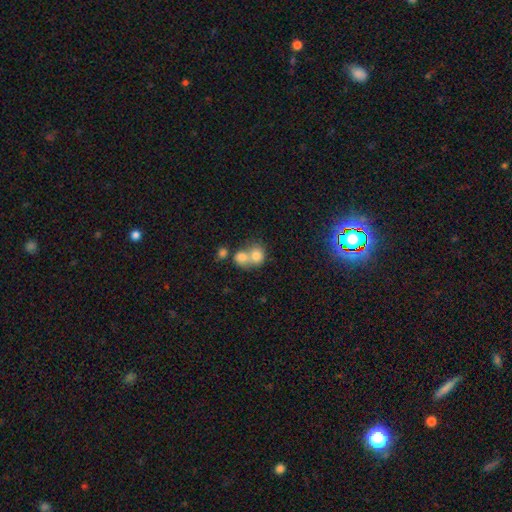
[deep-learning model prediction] Smooth or featured: smooth — 75% (featured or disk — 15%)
How rounded: round — 72% (in between — 27%)
Merging: merger — 69% (none — 23%)